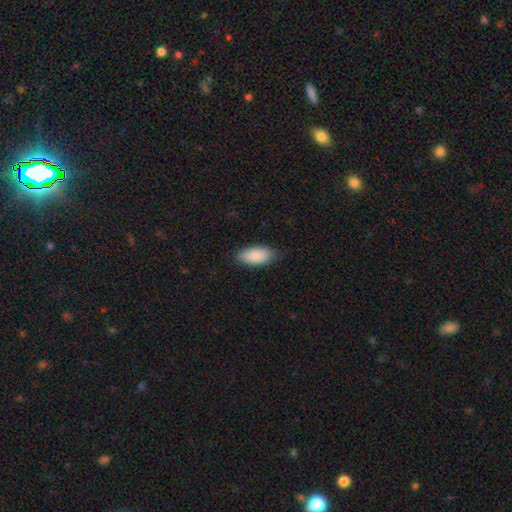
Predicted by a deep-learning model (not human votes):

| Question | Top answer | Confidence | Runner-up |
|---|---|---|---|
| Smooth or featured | smooth | 89% | star or artifact (6%) |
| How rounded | in between | 91% | cigar-shaped (7%) |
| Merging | none | 81% | minor disturbance (15%) |